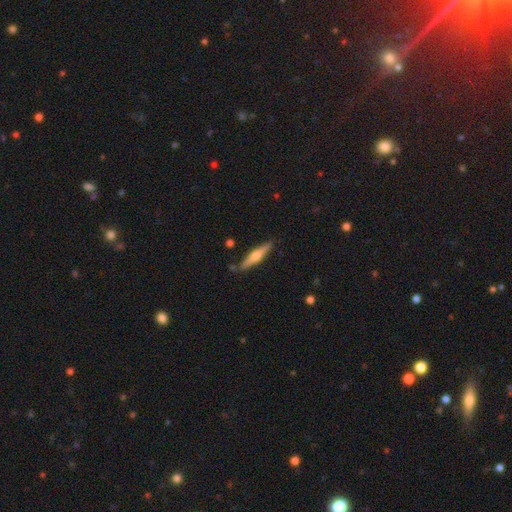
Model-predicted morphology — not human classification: type=featured or disk (60%); edge-on=yes (97%); edge-on bulge=rounded (90%); merging=none (87%).